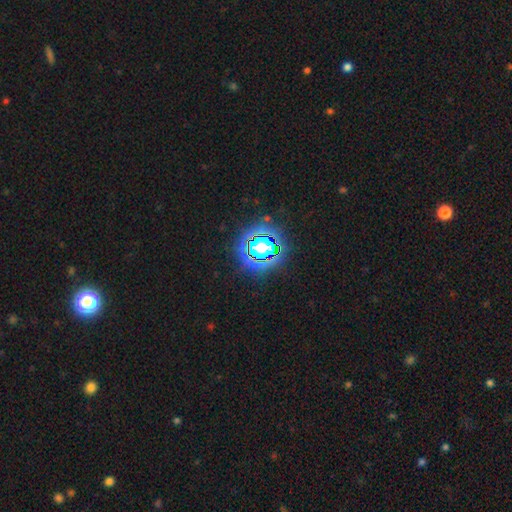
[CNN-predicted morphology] star or artifact 81%, smooth 12%, featured or disk 7%.